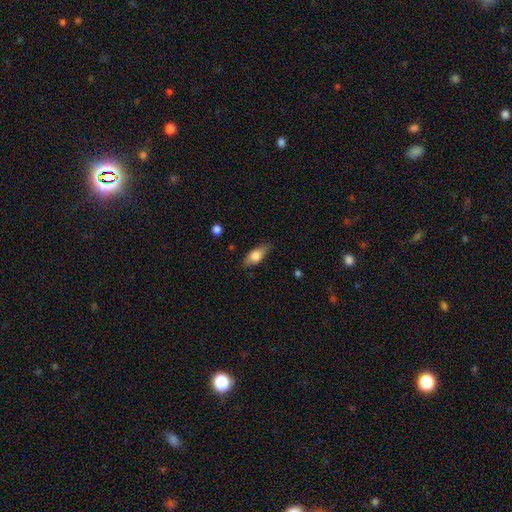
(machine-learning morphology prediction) Smooth or featured?
  - smooth: 72% *
  - featured or disk: 22%
  - star or artifact: 7%
How rounded?
  - in between: 78% *
  - cigar-shaped: 18%
  - round: 5%
Merging?
  - none: 77% *
  - minor disturbance: 17%
  - major disturbance: 4%
  - merger: 1%